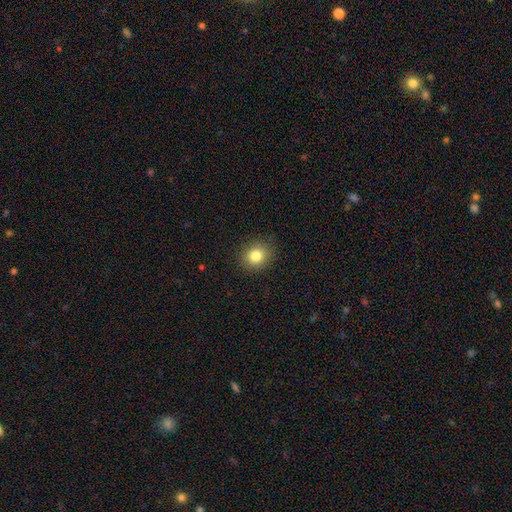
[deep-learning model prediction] Q: Smooth or featured?
A: smooth (82%); runner-up: star or artifact (11%)
Q: How rounded?
A: round (76%); runner-up: in between (24%)
Q: Merging?
A: none (89%); runner-up: minor disturbance (8%)